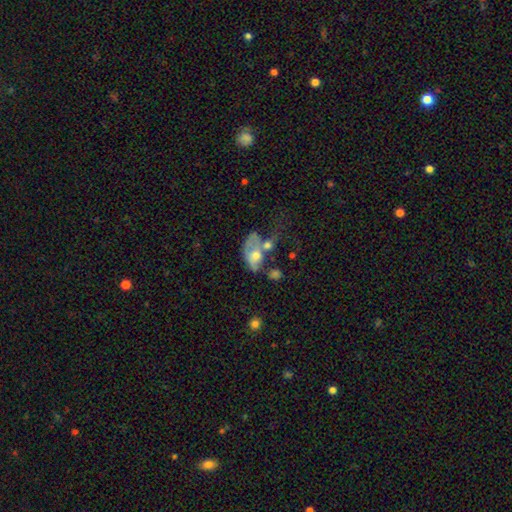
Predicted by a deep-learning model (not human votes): Overall: smooth (52%; featured or disk 40%). How rounded: in between (87%). Merging: merger (37%; major disturbance 29%).